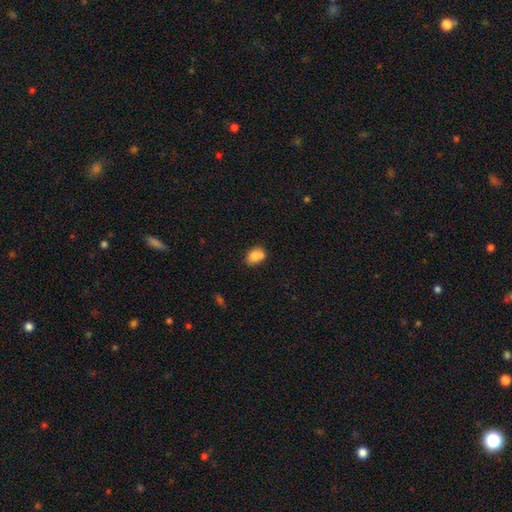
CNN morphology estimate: type=smooth (78%); roundness=in between (68%); merging=none (46%).